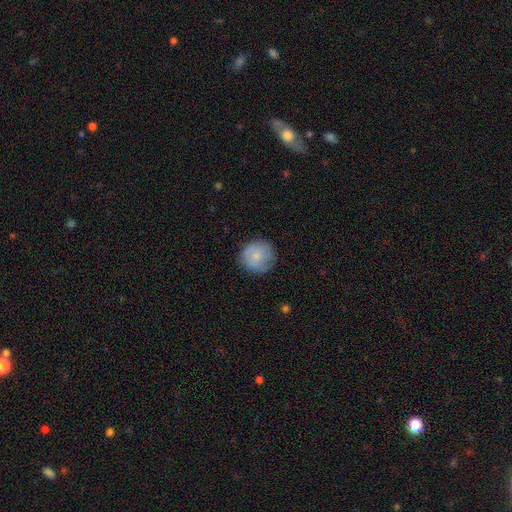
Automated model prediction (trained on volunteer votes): smooth-or-featured: smooth: 69% | featured or disk: 24% | star or artifact: 7%
  how-rounded: round: 93% | in between: 6% | cigar-shaped: 1%
  merging: none: 76% | minor disturbance: 17% | major disturbance: 5% | merger: 1%